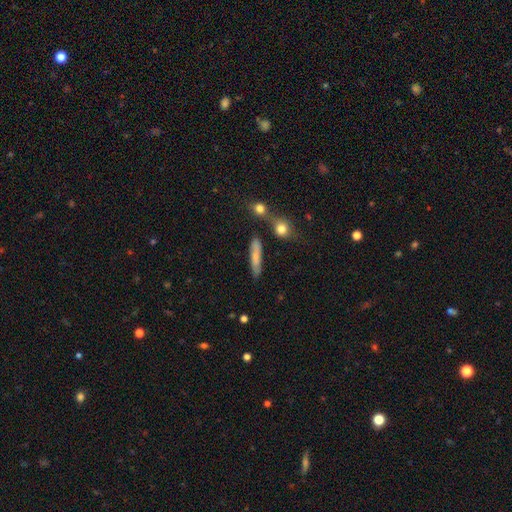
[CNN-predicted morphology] A smooth galaxy with no disk features (67%) that is cigar-shaped (80%). Merging: none (69%).